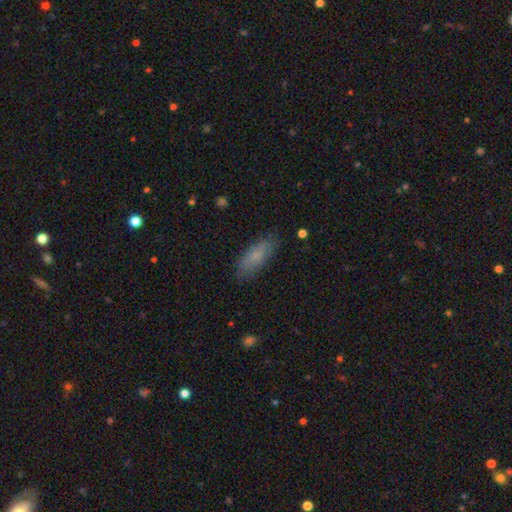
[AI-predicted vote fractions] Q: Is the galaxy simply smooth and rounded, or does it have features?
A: smooth — 80%.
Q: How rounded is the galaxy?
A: in between — 65%.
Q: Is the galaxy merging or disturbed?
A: none — 83%.